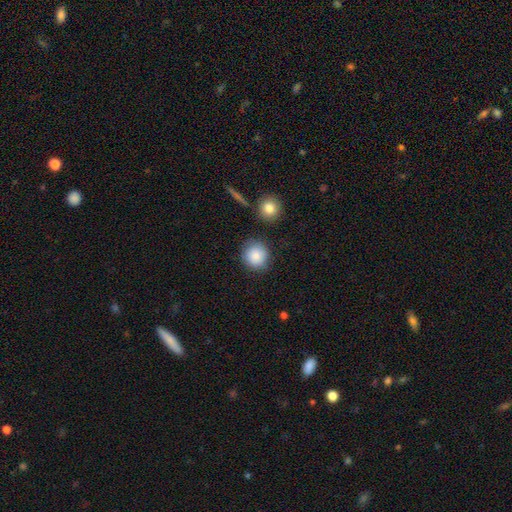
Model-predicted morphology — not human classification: A smooth galaxy with no disk features (87%) that is round (90%). Merging: none (81%).